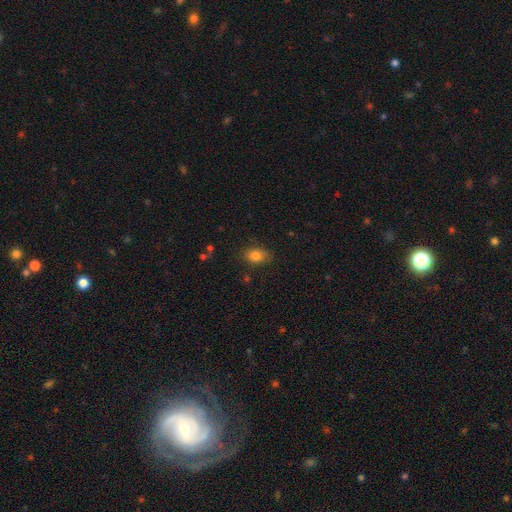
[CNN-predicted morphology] The model was most divided on "how rounded": in between: 77%, round: 22%, cigar-shaped: 1%. More confident: smooth or featured — smooth (82%); merging — none (79%).